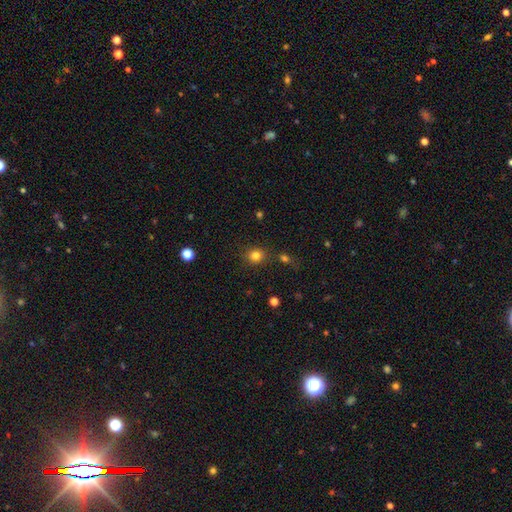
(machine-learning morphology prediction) A smooth galaxy with no disk features (81%) that is round (84%).

Vote fractions:
- Smooth or featured? smooth: 81% / star or artifact: 13% / featured or disk: 5%
- How rounded? round: 84% / in between: 15% / cigar-shaped: 1%
- Merging? none: 84% / minor disturbance: 9% / merger: 5% / major disturbance: 3%